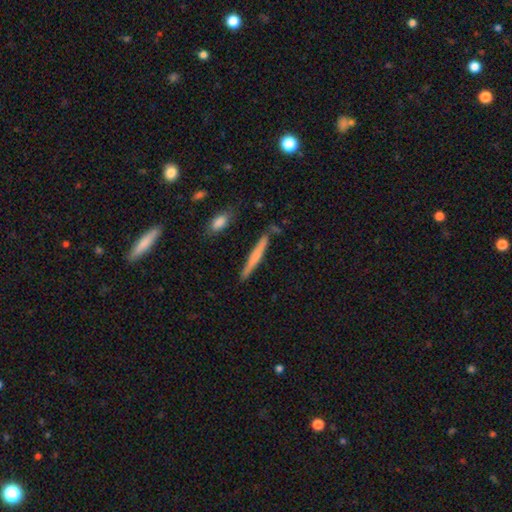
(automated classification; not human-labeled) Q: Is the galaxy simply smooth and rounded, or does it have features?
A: smooth — 57%.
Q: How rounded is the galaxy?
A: cigar-shaped — 95%.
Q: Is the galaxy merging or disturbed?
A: none — 85%.